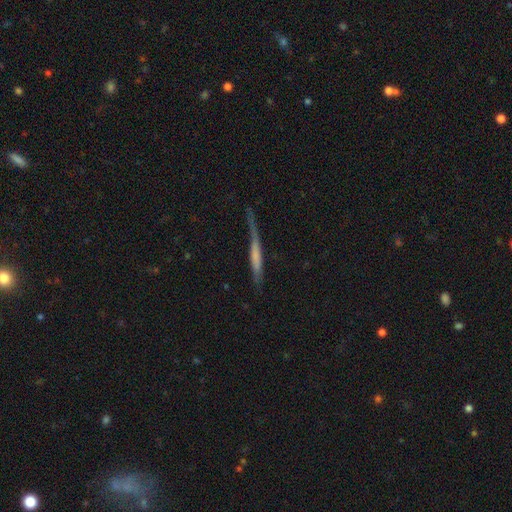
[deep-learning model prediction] Smooth or featured?
  - smooth: 47% *
  - featured or disk: 46%
  - star or artifact: 7%
Merging?
  - none: 57% *
  - minor disturbance: 26%
  - major disturbance: 13%
  - merger: 4%